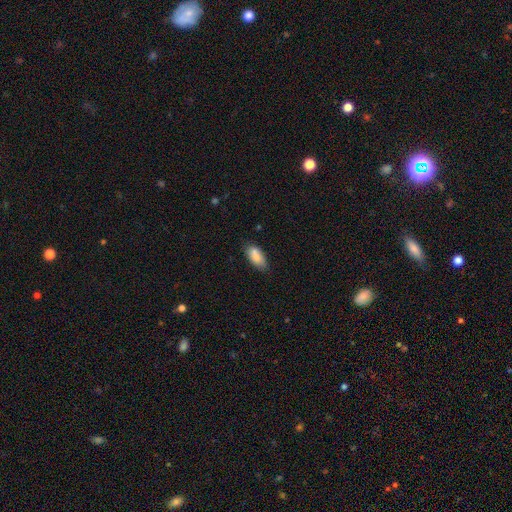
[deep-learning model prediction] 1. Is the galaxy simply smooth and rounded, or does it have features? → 83% smooth, 10% featured or disk, 7% star or artifact.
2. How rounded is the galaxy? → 88% in between, 10% cigar-shaped, 3% round.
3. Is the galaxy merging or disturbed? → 67% none, 22% minor disturbance, 6% merger, 4% major disturbance.